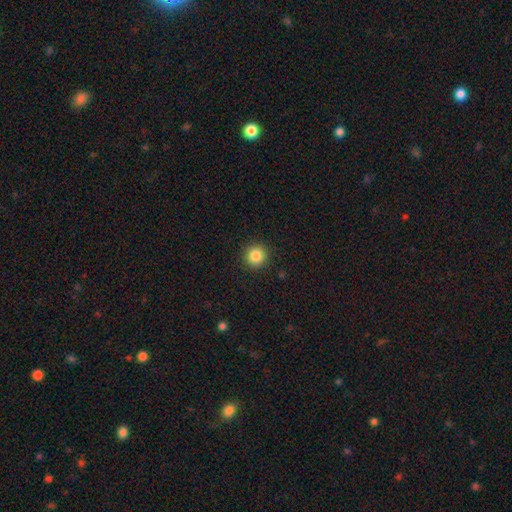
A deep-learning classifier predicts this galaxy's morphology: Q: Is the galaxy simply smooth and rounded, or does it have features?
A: smooth — 86%.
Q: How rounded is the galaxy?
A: round — 94%.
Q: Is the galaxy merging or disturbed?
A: none — 92%.